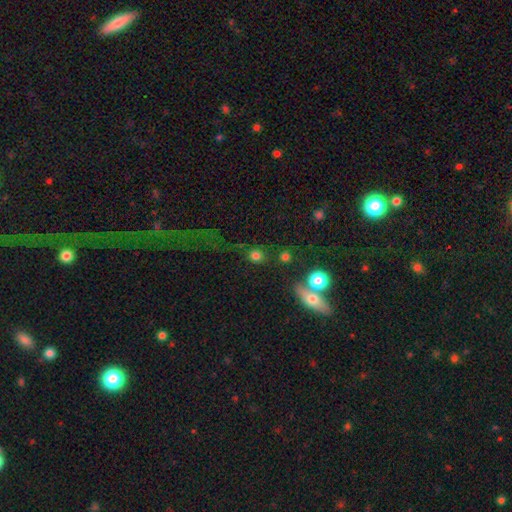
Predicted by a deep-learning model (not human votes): smooth-or-featured: smooth: 79% | star or artifact: 14% | featured or disk: 7%
  how-rounded: round: 86% | in between: 13% | cigar-shaped: 1%
  merging: none: 78% | merger: 9% | minor disturbance: 8% | major disturbance: 5%